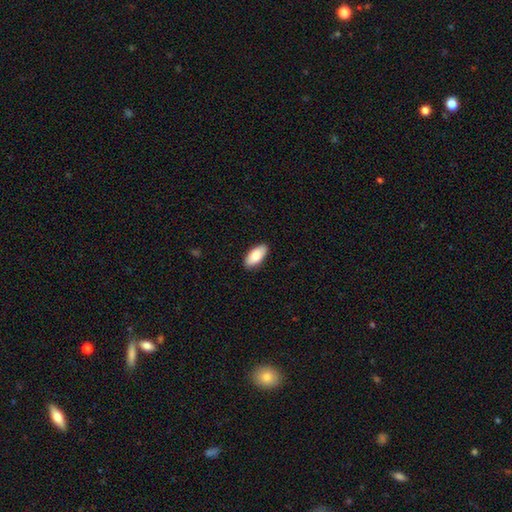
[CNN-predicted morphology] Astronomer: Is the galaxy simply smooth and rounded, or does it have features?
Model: smooth — 82%.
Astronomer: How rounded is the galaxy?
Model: in between — 91%.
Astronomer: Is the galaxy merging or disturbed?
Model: none — 88%.